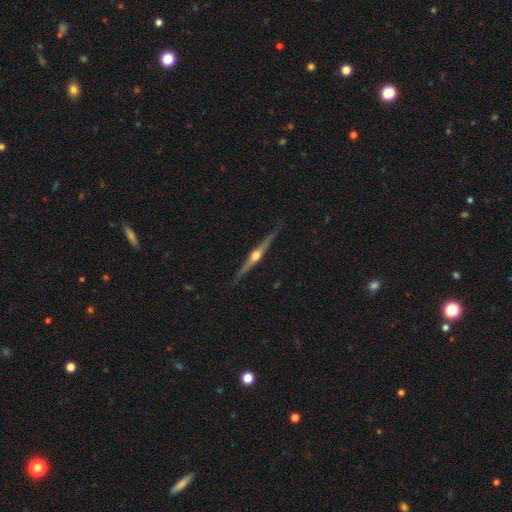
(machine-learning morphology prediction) Q: Smooth or featured?
A: featured or disk (83%); runner-up: smooth (11%)
Q: Edge-on disk?
A: yes (98%); runner-up: no (2%)
Q: Edge-on bulge?
A: rounded (95%); runner-up: none (3%)
Q: Merging?
A: none (89%); runner-up: minor disturbance (8%)